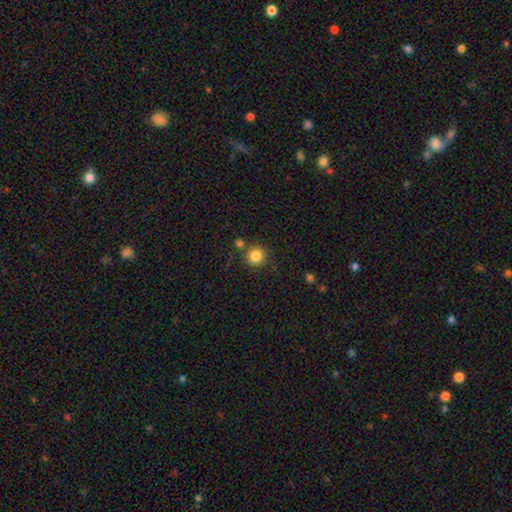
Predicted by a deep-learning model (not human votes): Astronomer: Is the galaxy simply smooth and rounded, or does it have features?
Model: smooth — 84%.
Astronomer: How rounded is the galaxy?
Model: round — 93%.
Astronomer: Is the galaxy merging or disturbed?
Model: none — 80%.